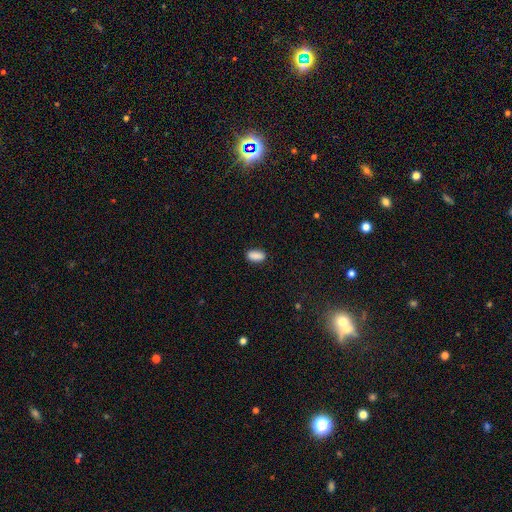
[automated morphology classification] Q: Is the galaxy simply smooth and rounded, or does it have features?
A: smooth — 88%.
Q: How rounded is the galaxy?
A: in between — 89%.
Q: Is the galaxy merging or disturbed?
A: none — 86%.